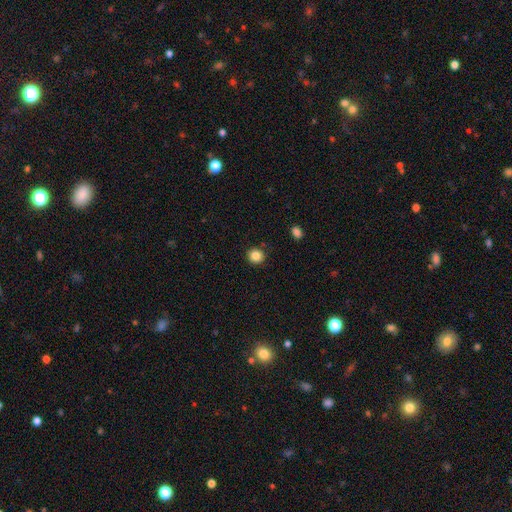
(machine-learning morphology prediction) This is clearly a smooth galaxy (85%). How rounded: clearly round (90%). Merging: clearly none (88%).